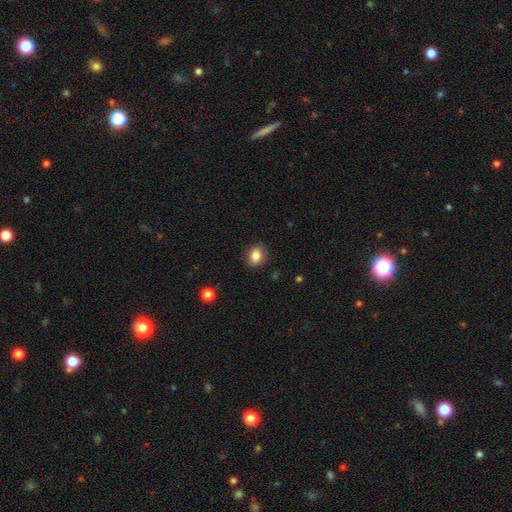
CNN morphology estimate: Q: Smooth or featured?
A: smooth (84%); runner-up: star or artifact (9%)
Q: How rounded?
A: in between (58%); runner-up: round (41%)
Q: Merging?
A: none (84%); runner-up: minor disturbance (12%)